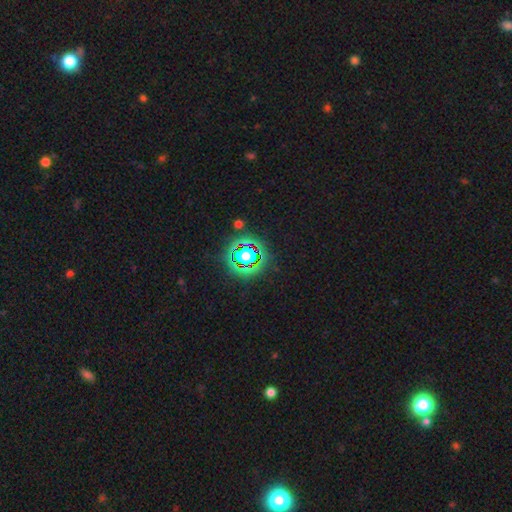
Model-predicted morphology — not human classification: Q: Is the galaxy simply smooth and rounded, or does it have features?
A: star or artifact — 79%.